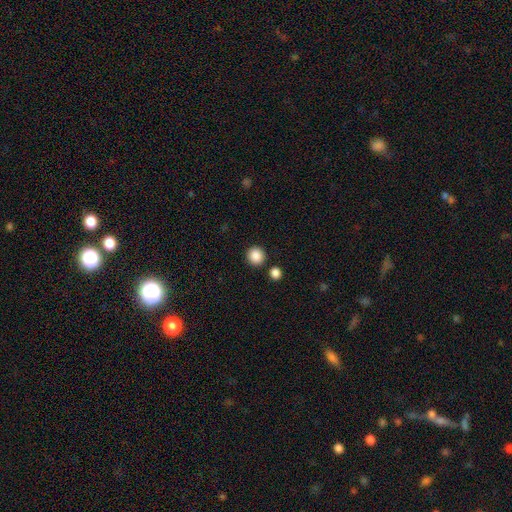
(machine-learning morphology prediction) smooth-or-featured: smooth: 88% | star or artifact: 10% | featured or disk: 3%
  how-rounded: round: 91% | in between: 8% | cigar-shaped: 1%
  merging: none: 87% | minor disturbance: 6% | merger: 5% | major disturbance: 2%